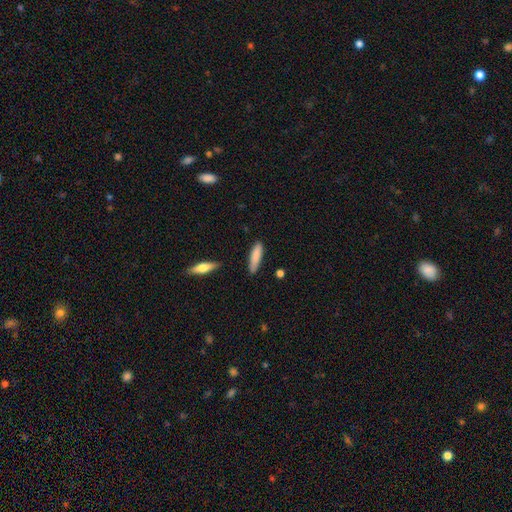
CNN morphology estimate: The model was most divided on "how rounded": cigar-shaped: 71%, in between: 28%, round: 1%. More confident: smooth or featured — smooth (83%); merging — none (81%).